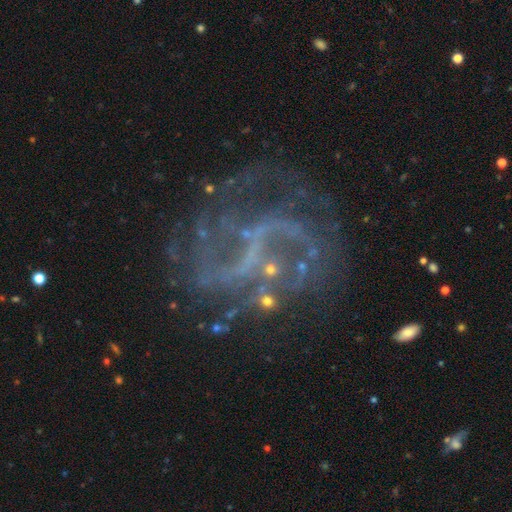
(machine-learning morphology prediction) Smooth or featured?
  - featured or disk: 81% *
  - star or artifact: 13%
  - smooth: 6%
Edge-on disk?
  - no: 98% *
  - yes: 2%
Bar?
  - weak: 40% *
  - no: 35%
  - strong: 25%
Spiral arms?
  - yes: 85% *
  - no: 15%
Spiral winding?
  - loose: 46% *
  - medium: 38%
  - tight: 16%
Spiral arm count?
  - 2: 54% *
  - can't tell: 21%
  - 3: 9%
  - 1: 6%
  - 4: 5%
  - more than 4: 5%
Bulge size?
  - none: 58% *
  - small: 35%
  - moderate: 5%
  - large: 1%
  - dominant: 1%
Merging?
  - none: 60% *
  - major disturbance: 21%
  - minor disturbance: 16%
  - merger: 4%